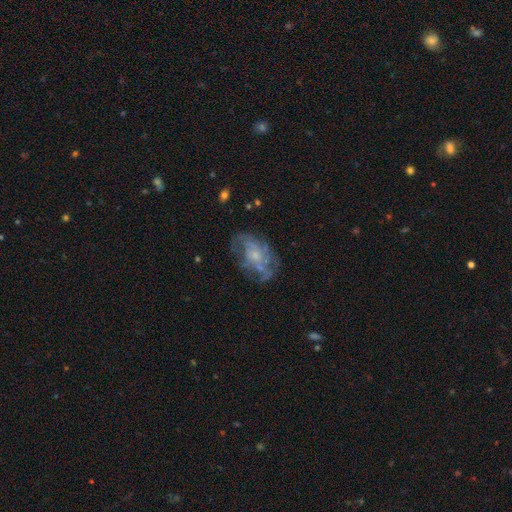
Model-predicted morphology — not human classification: Smooth or featured? featured or disk (65%)
Edge-on disk? no (96%)
Bar? no (80%)
Spiral arms? yes (54%)
Bulge size? small (58%)
Merging? none (57%)